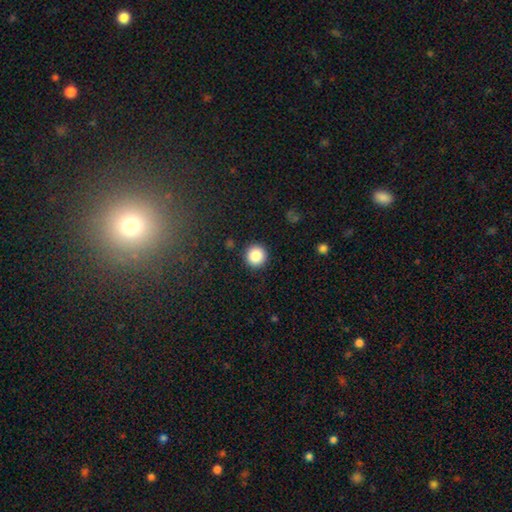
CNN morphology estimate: This is clearly a smooth galaxy (86%). How rounded: clearly round (95%). Merging: clearly none (91%).